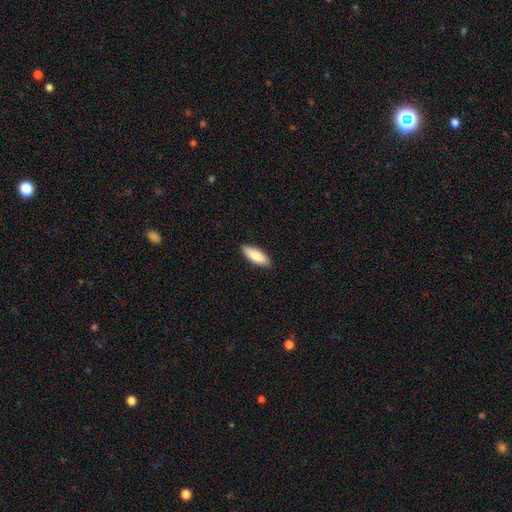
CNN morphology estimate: Smooth or featured?
  - smooth: 85% *
  - featured or disk: 9%
  - star or artifact: 6%
How rounded?
  - in between: 69% *
  - cigar-shaped: 29%
  - round: 2%
Merging?
  - none: 88% *
  - minor disturbance: 9%
  - major disturbance: 2%
  - merger: 1%